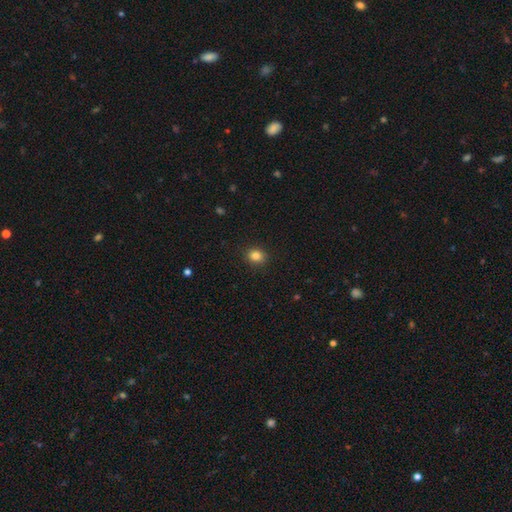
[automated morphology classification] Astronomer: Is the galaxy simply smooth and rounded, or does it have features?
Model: smooth — 84%.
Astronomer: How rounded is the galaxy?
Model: round — 69%.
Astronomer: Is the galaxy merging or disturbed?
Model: none — 91%.